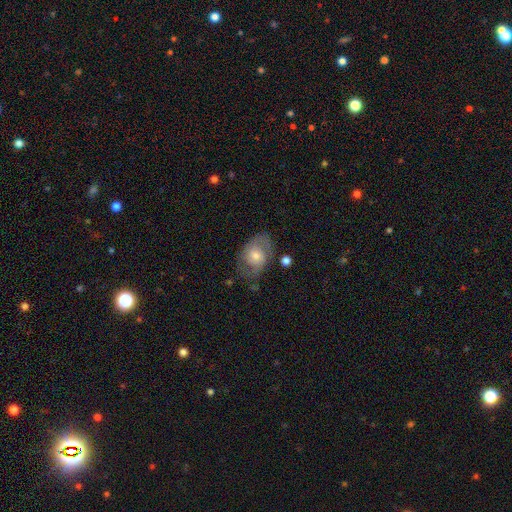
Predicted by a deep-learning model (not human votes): Smooth or featured? Predicted: featured or disk (p=0.54). Edge-on disk? Predicted: no (p=0.95). Bar? Predicted: no (p=0.73). Spiral arms? Predicted: yes (p=0.71). Bulge size? Predicted: moderate (p=0.48). Merging? Predicted: none (p=0.61).